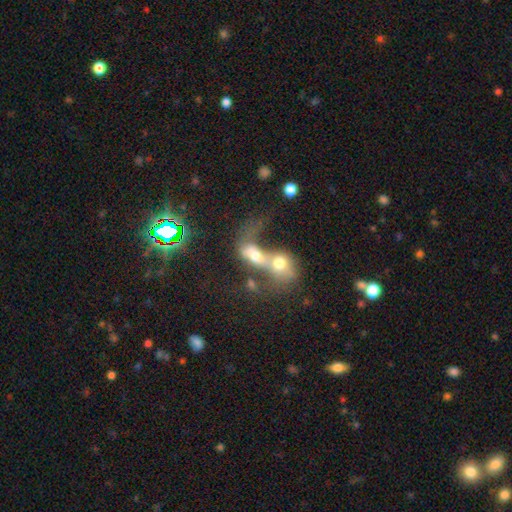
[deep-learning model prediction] This is marginally a smooth galaxy (44%). Merging: clearly merger (81%).